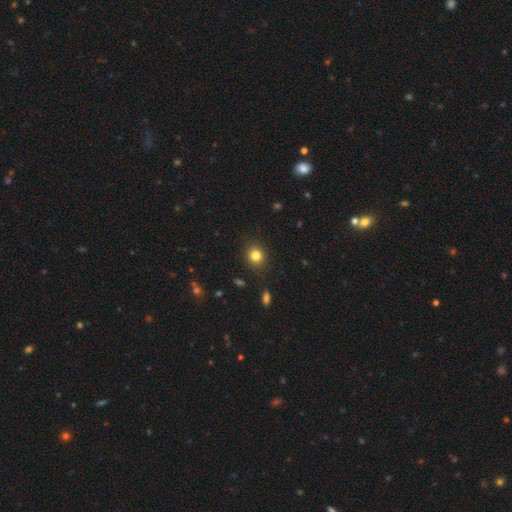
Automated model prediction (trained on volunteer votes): This appears to be a smooth galaxy with no disk features (82%) that is round (77%). Merging: none (87%).